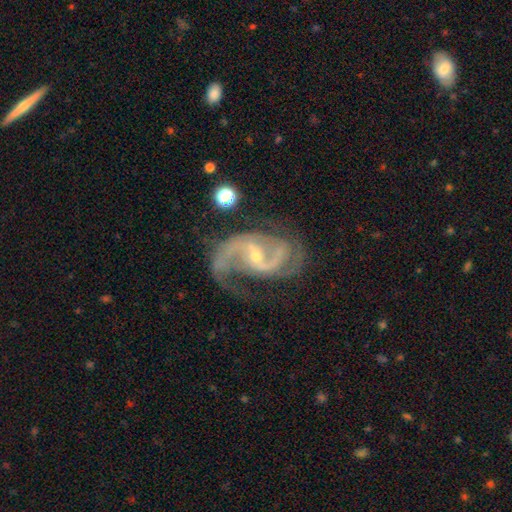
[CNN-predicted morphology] This appears to be a featured or disk galaxy (91%) with a weak bar (45%), 2 (85%) medium (56%) spiral arms (98%) and a small central bulge (70%). Merging: none (62%).